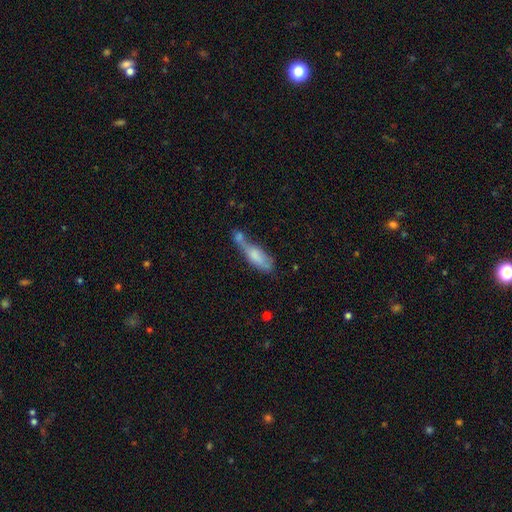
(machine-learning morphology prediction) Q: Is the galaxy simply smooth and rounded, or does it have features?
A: smooth — 66%.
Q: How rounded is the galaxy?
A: in between — 52%.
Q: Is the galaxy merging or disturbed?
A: merger — 51%.